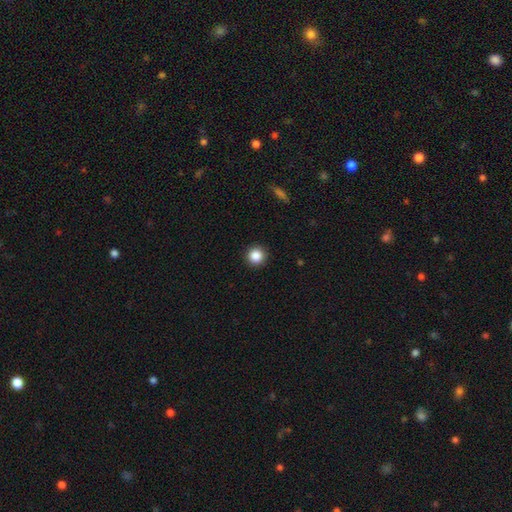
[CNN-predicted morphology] type=smooth (87%); roundness=round (95%); merging=none (93%).